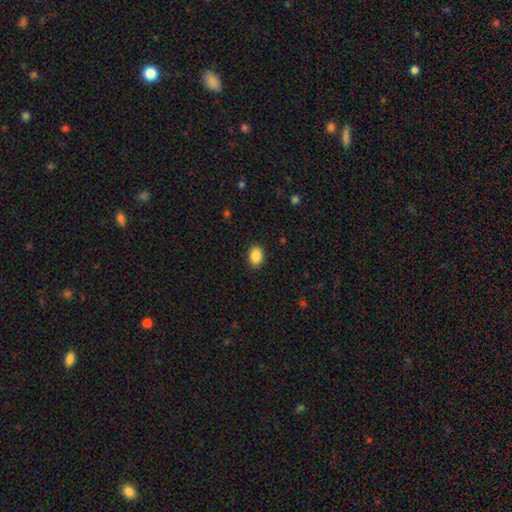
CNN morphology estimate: This is clearly a smooth galaxy (89%). How rounded: likely in between (69%). Merging: clearly none (90%).